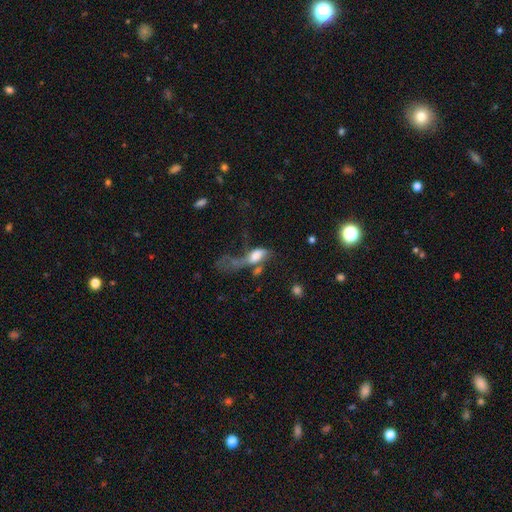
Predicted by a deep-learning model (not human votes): Q: Smooth or featured?
A: smooth (53%); runner-up: featured or disk (37%)
Q: How rounded?
A: in between (80%); runner-up: cigar-shaped (12%)
Q: Merging?
A: major disturbance (55%); runner-up: merger (25%)